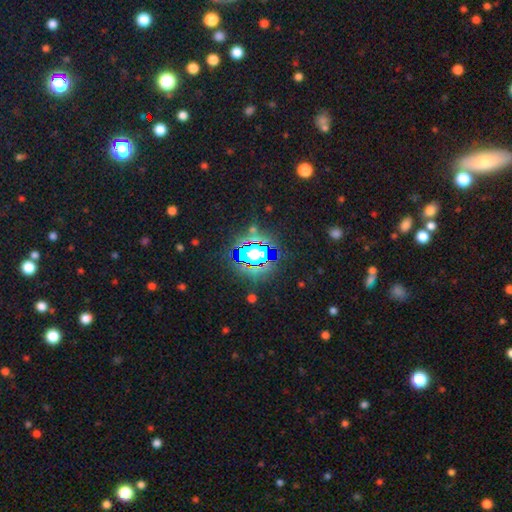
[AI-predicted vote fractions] star or artifact 82%, smooth 11%, featured or disk 7%.